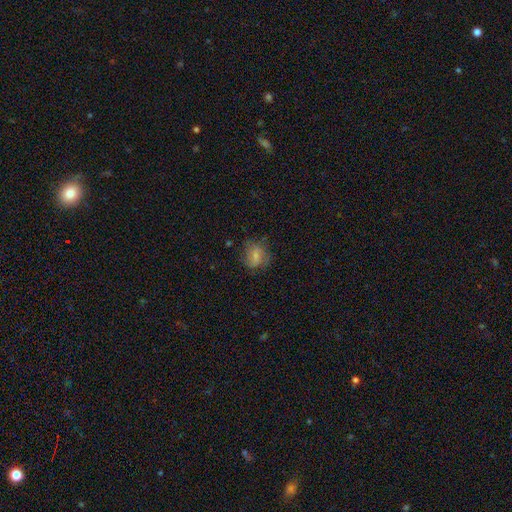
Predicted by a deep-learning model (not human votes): Smooth or featured?
  - smooth: 58% *
  - featured or disk: 32%
  - star or artifact: 9%
How rounded?
  - round: 65% *
  - in between: 33%
  - cigar-shaped: 1%
Merging?
  - none: 65% *
  - minor disturbance: 23%
  - major disturbance: 11%
  - merger: 1%